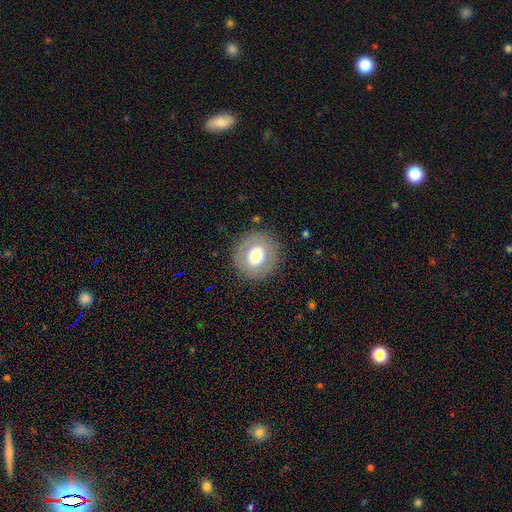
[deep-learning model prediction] Smooth or featured?
  - smooth: 65% *
  - featured or disk: 26%
  - star or artifact: 9%
How rounded?
  - round: 86% *
  - in between: 13%
  - cigar-shaped: 1%
Merging?
  - none: 86% *
  - minor disturbance: 8%
  - major disturbance: 4%
  - merger: 1%